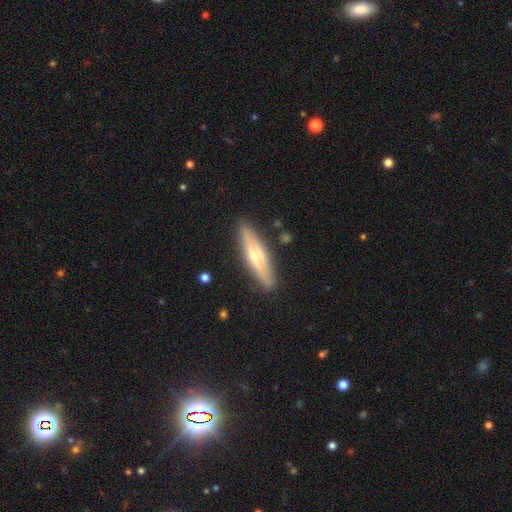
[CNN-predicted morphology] Smooth or featured: featured or disk — 54% (smooth — 40%)
Edge-on disk: yes — 87% (no — 13%)
Merging: none — 86% (minor disturbance — 10%)